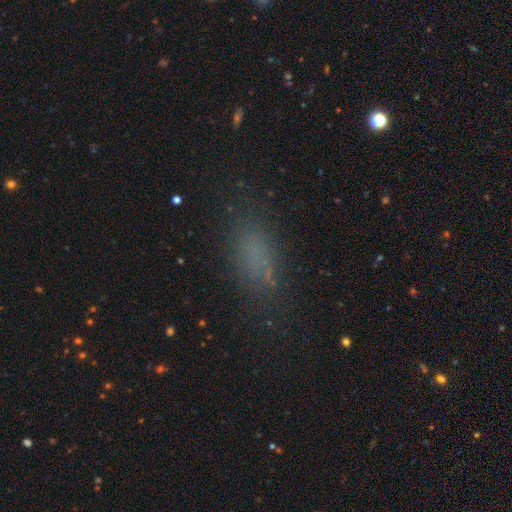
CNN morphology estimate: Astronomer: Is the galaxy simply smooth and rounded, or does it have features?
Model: smooth — 69%.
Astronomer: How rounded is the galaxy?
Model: in between — 73%.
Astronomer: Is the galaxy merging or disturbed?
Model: none — 70%.